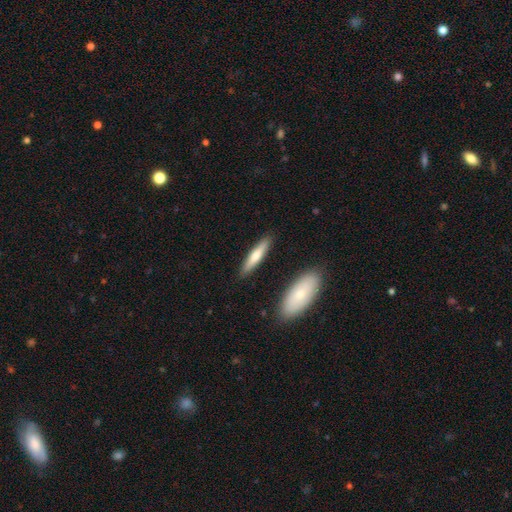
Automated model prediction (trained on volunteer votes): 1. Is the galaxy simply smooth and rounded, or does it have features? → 64% smooth, 31% featured or disk, 5% star or artifact.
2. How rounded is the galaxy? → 83% cigar-shaped, 16% in between, 2% round.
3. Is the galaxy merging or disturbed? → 87% none, 8% minor disturbance, 3% merger, 2% major disturbance.